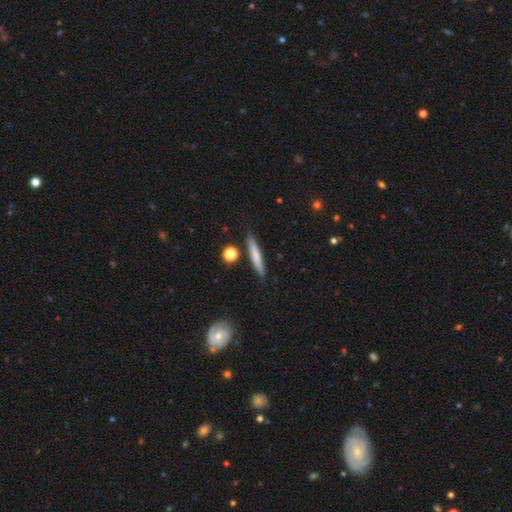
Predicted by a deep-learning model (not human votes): Smooth or featured? smooth (70%)
How rounded? cigar-shaped (93%)
Merging? none (85%)